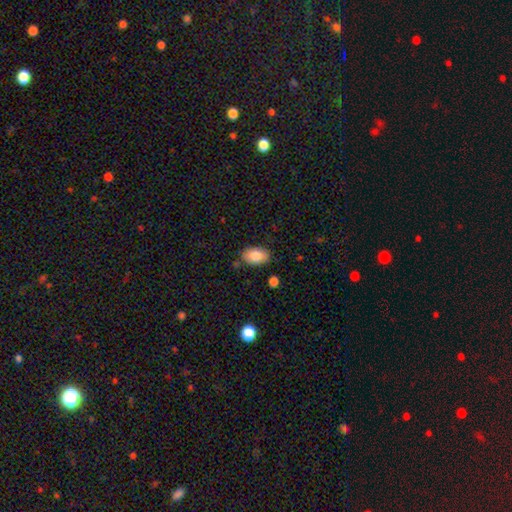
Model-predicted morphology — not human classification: smooth 84%, featured or disk 9%, star or artifact 7%. Down the decision tree: how rounded — in between (91%); merging — none (81%).